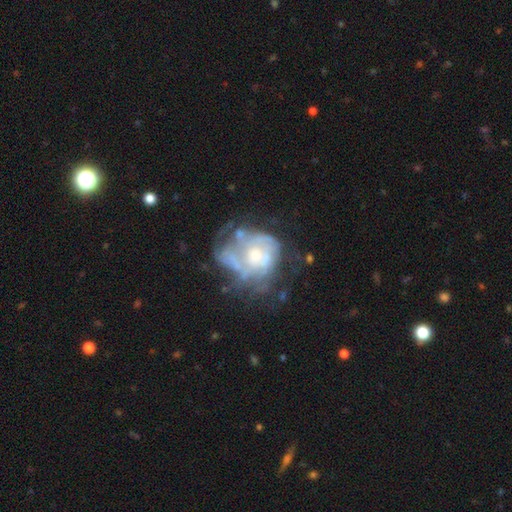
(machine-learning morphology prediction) A featured or disk galaxy (72%) with no bar (85%), no spiral arms (51%) and a moderate central bulge (50%). Merging: none (37%).